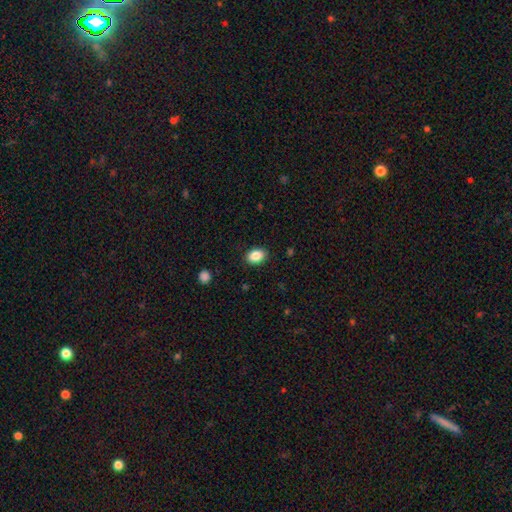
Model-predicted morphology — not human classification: This is clearly a smooth galaxy (87%). How rounded: likely in between (79%). Merging: clearly none (88%).